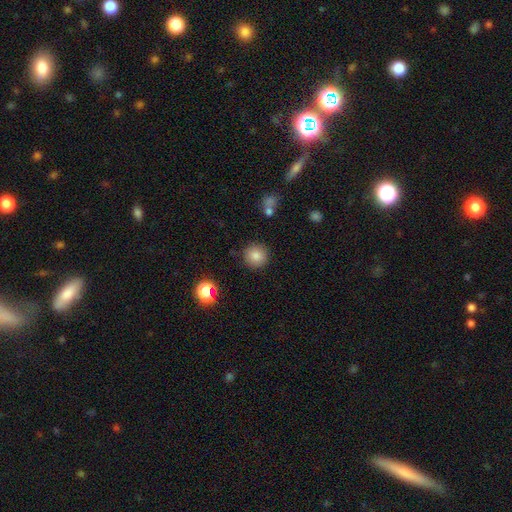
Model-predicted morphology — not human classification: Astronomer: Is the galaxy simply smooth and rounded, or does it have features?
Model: smooth — 83%.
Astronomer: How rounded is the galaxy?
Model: round — 94%.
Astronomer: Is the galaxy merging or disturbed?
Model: none — 89%.